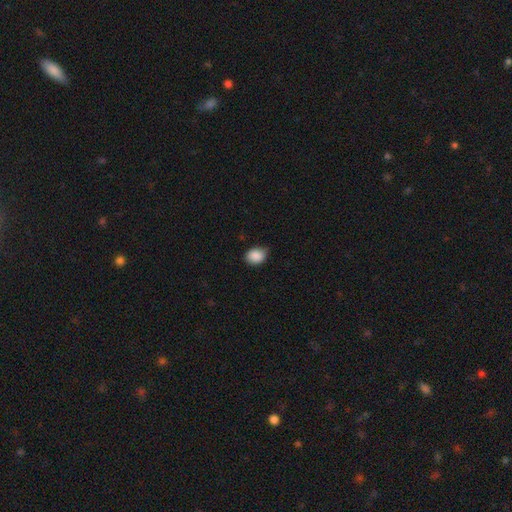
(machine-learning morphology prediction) This appears to be a smooth galaxy with no disk features (88%) that is in between round and cigar-shaped (59%). Merging: none (66%).